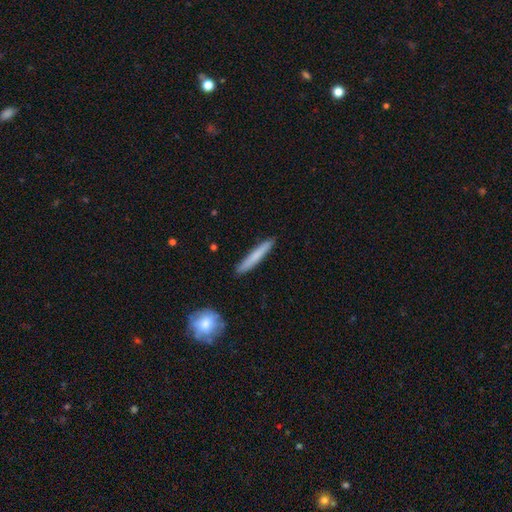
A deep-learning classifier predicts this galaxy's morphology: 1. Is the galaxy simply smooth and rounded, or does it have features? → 71% smooth, 23% featured or disk, 5% star or artifact.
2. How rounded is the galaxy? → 95% cigar-shaped, 3% in between, 1% round.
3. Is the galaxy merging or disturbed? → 90% none, 7% minor disturbance, 1% merger, 1% major disturbance.